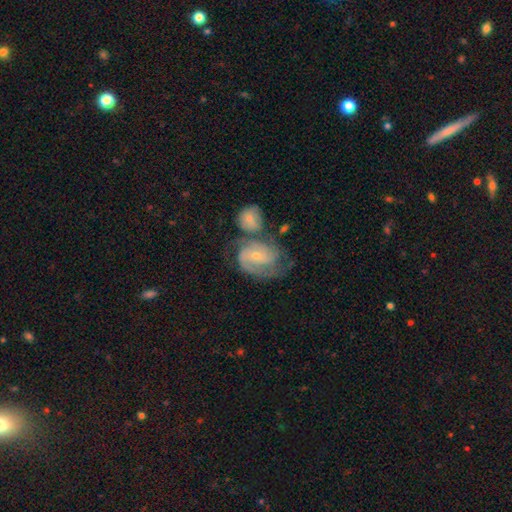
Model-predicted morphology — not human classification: A featured or disk galaxy (79%) with no bar (56%), 2 (50%) tight (43%, tied with medium) spiral arms (93%) and a small central bulge (62%).

Vote fractions:
- Smooth or featured? featured or disk: 79% / smooth: 15% / star or artifact: 6%
- Edge-on disk? no: 97% / yes: 3%
- Bar? no: 56% / weak: 35% / strong: 9%
- Spiral arms? yes: 93% / no: 7%
- Spiral winding? tight: 43% (tied) / medium: 43% (tied) / loose: 14%
- Spiral arm count? 2: 50% / can't tell: 20% / 3: 18% / 1: 6% / 4: 3% / more than 4: 3%
- Bulge size? small: 62% / moderate: 34% / none: 2% / large: 1% / dominant: 1%
- Merging? none: 37% / merger: 30% / minor disturbance: 18% / major disturbance: 14%